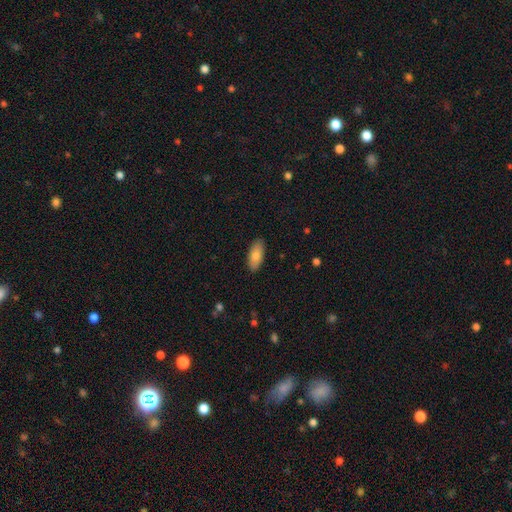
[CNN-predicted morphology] Overall: smooth (81%). How rounded: in between (87%). Merging: none (89%).